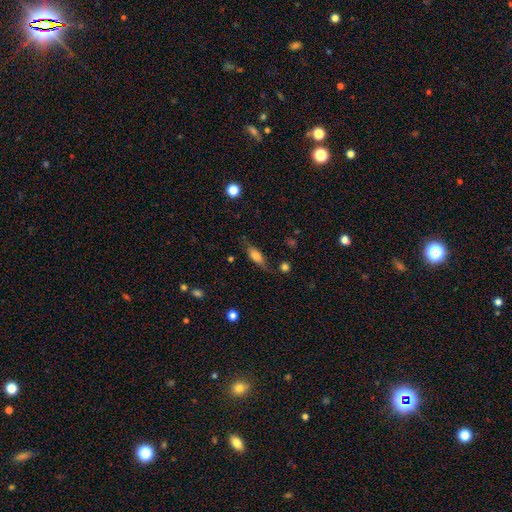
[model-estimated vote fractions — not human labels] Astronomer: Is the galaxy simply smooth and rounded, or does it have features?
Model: smooth — 67%.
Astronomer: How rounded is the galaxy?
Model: in between — 65%.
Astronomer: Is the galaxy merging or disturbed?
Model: none — 68%.